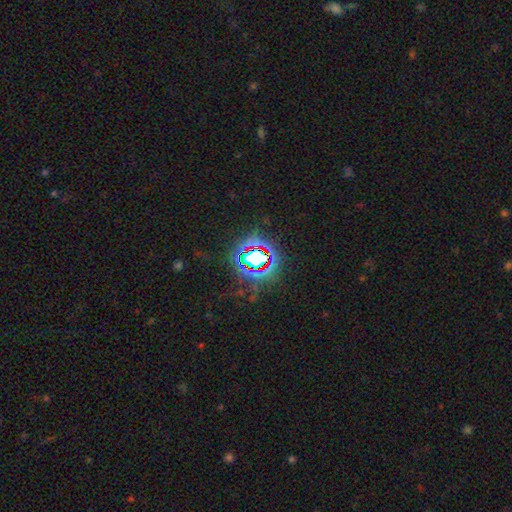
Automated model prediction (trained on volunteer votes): Morphology: type=star or artifact (77%).